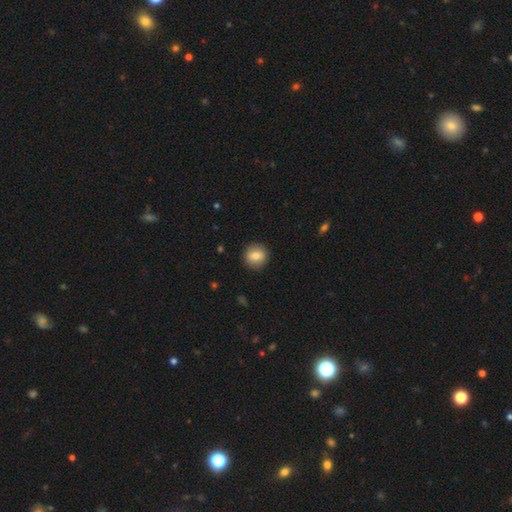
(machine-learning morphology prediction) type=smooth (80%); roundness=round (89%); merging=none (90%).